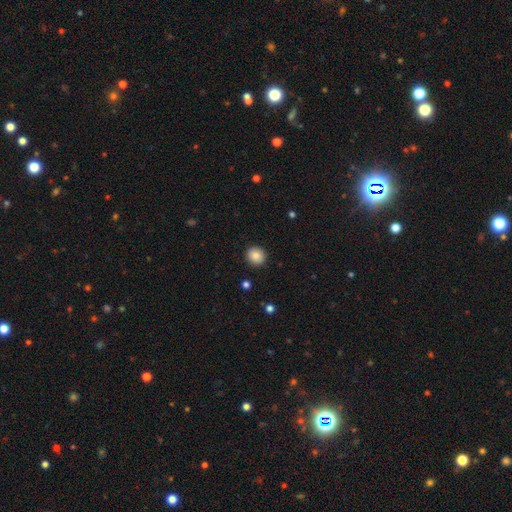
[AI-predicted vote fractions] A smooth galaxy with no disk features (85%) that is round (90%).

Vote fractions:
- Smooth or featured? smooth: 85% / star or artifact: 9% / featured or disk: 6%
- How rounded? round: 90% / in between: 9% / cigar-shaped: 1%
- Merging? none: 92% / minor disturbance: 6% / major disturbance: 2% / merger: 1%